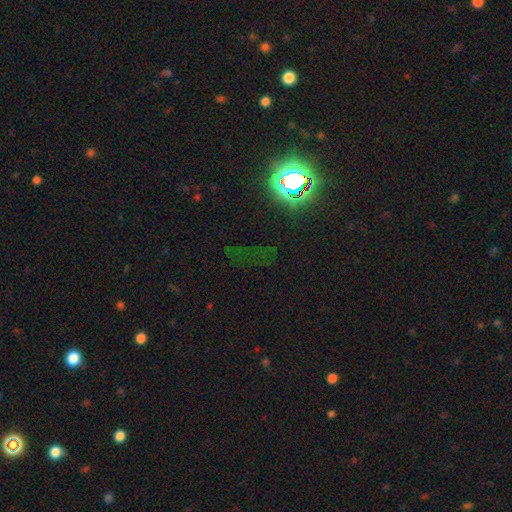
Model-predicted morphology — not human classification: Overall: star or artifact (79%).